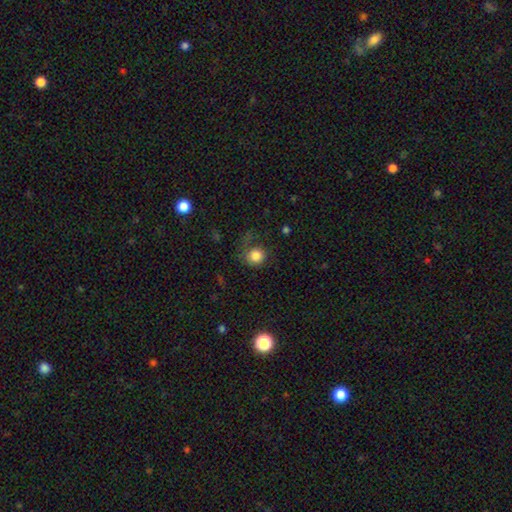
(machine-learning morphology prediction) A smooth galaxy with no disk features (83%) that is round (89%).

Vote fractions:
- Smooth or featured? smooth: 83% / star or artifact: 10% / featured or disk: 7%
- How rounded? round: 89% / in between: 10% / cigar-shaped: 1%
- Merging? none: 64% / minor disturbance: 18% / major disturbance: 15% / merger: 3%